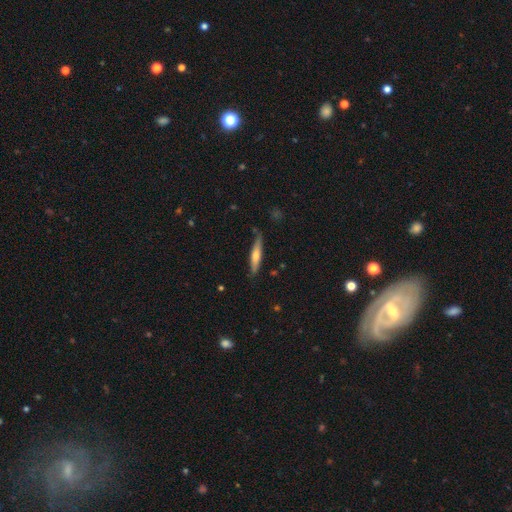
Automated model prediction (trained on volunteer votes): Smooth or featured? Predicted: smooth (p=0.53). How rounded? Predicted: cigar-shaped (p=0.87). Merging? Predicted: none (p=0.75).